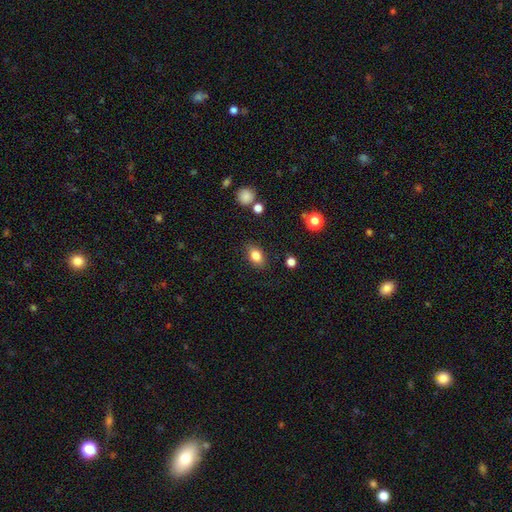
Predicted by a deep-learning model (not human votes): Smooth or featured? smooth (81%)
How rounded? in between (79%)
Merging? none (85%)